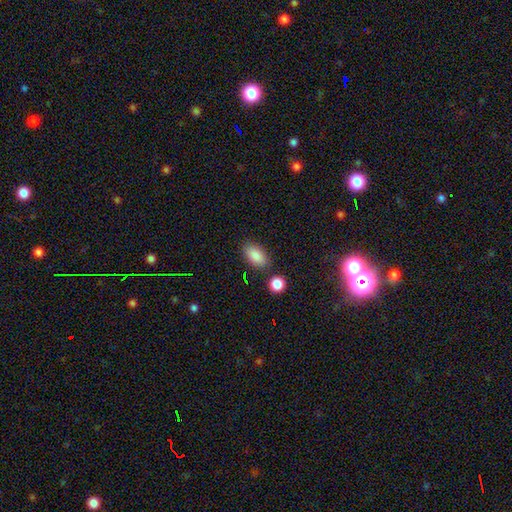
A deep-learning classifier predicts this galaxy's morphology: A smooth galaxy with no disk features (87%) that is in between round and cigar-shaped (91%).

Vote fractions:
- Smooth or featured? smooth: 87% / star or artifact: 7% / featured or disk: 5%
- How rounded? in between: 91% / round: 5% / cigar-shaped: 4%
- Merging? none: 80% / minor disturbance: 12% / merger: 5% / major disturbance: 3%